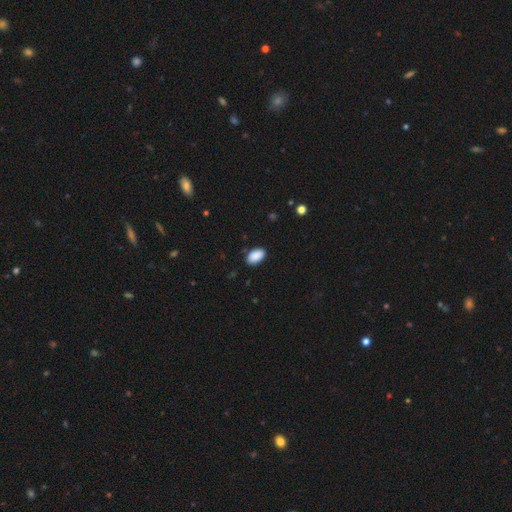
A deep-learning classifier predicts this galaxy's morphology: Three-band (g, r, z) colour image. It shows a smooth galaxy with no disk features (90%) that is in between round and cigar-shaped (94%). Merging: none (86%).